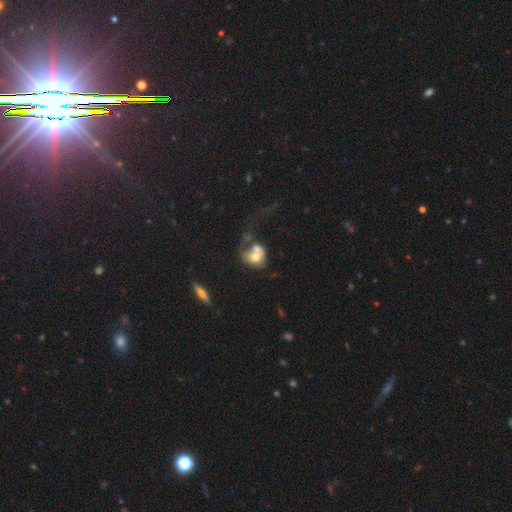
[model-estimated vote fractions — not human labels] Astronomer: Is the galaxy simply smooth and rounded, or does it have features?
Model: smooth — 57% (runner-up: featured or disk, 34%).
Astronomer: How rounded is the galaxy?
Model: round — 60% (runner-up: in between, 38%).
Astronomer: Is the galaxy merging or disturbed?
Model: merger — 56%.